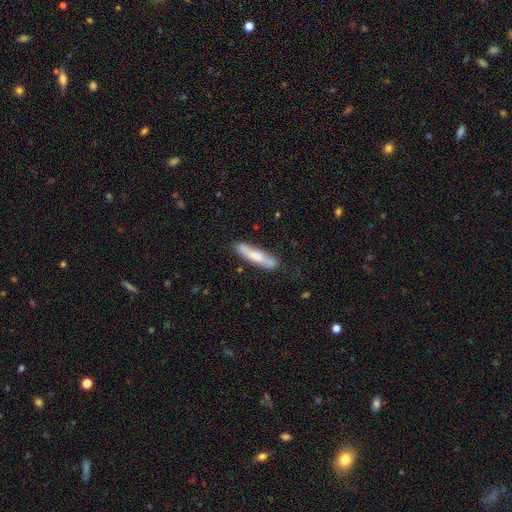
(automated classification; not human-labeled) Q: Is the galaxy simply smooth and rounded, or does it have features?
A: smooth — 64%.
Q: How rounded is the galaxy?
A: cigar-shaped — 85%.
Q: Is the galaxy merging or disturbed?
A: none — 77%.